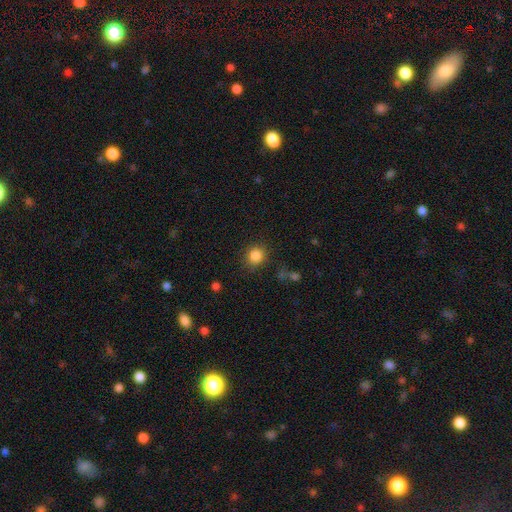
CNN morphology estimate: Smooth or featured?
  - smooth: 85% *
  - star or artifact: 11%
  - featured or disk: 4%
How rounded?
  - round: 86% *
  - in between: 13%
  - cigar-shaped: 1%
Merging?
  - none: 83% *
  - minor disturbance: 11%
  - major disturbance: 4%
  - merger: 2%